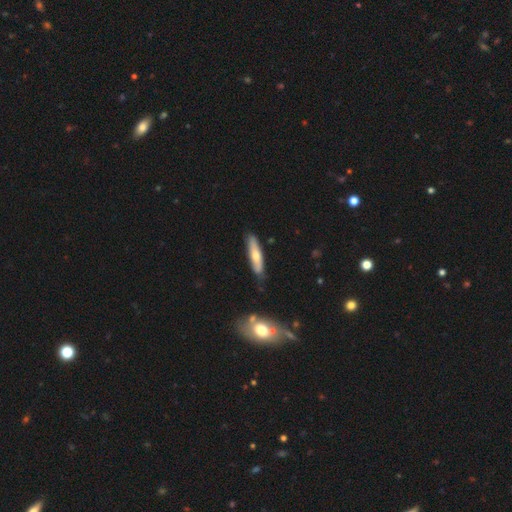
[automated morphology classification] Smooth or featured? smooth (51%)
How rounded? cigar-shaped (81%)
Merging? none (82%)